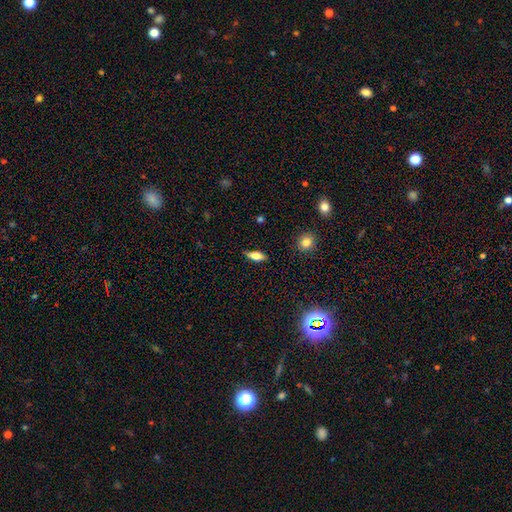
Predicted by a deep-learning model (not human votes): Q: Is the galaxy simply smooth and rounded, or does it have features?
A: smooth — 61%.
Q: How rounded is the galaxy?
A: in between — 74%.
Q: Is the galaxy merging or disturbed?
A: none — 84%.